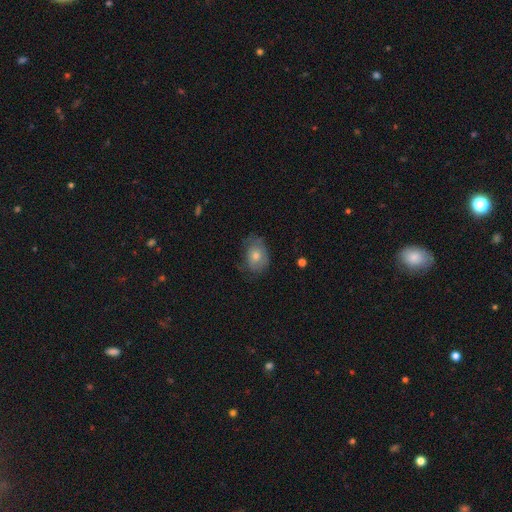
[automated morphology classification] A smooth galaxy with no disk features (53%) that is in between round and cigar-shaped (67%). Merging: none (62%).